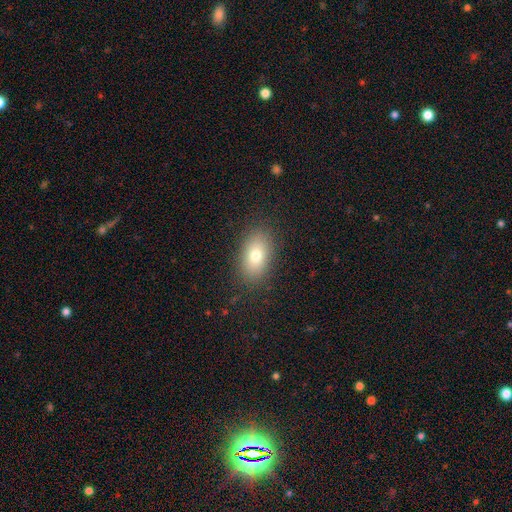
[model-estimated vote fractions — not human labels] smooth_or_featured: smooth (p=0.76) [alt: featured or disk p=0.14]
how_rounded: in between (p=0.87) [alt: round p=0.11]
merging: none (p=0.86) [alt: minor disturbance p=0.09]